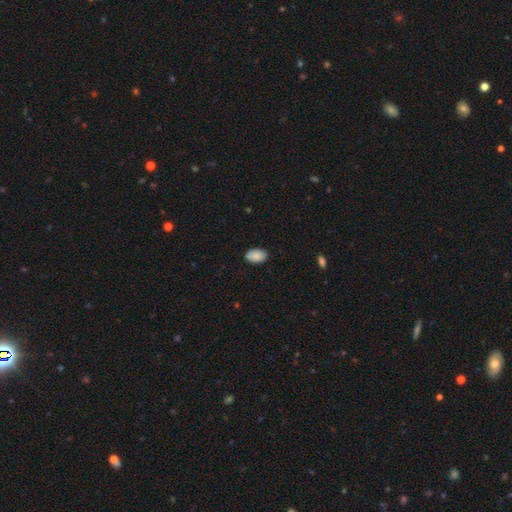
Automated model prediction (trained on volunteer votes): This is clearly a smooth galaxy (90%). How rounded: clearly in between (93%). Merging: clearly none (88%).